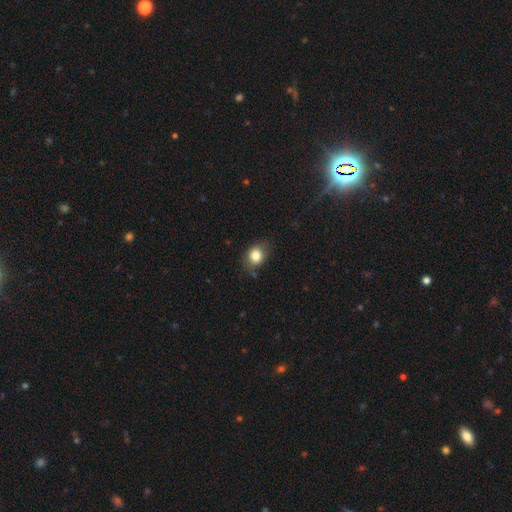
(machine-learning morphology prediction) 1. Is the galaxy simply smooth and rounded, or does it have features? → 82% smooth, 10% star or artifact, 8% featured or disk.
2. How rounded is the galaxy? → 51% in between, 48% round, 1% cigar-shaped.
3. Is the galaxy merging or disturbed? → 71% none, 22% minor disturbance, 6% major disturbance, 2% merger.